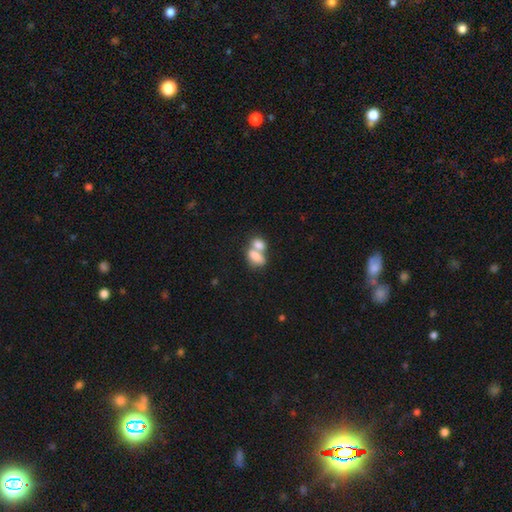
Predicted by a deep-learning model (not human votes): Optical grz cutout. It shows a smooth galaxy with no disk features (77%) that is in between round and cigar-shaped (85%). Merging: merger (69%).